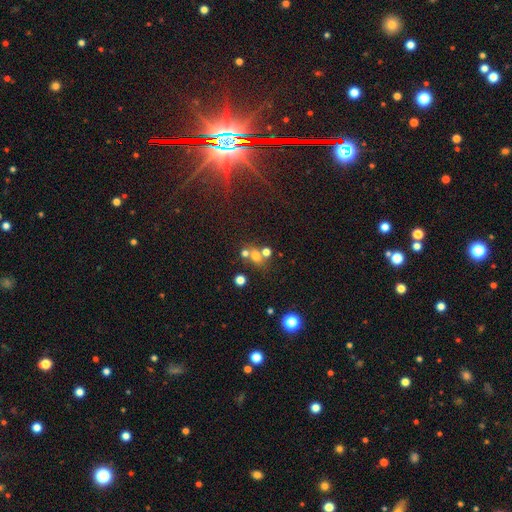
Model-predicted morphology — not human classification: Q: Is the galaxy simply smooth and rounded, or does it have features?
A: smooth — 62%.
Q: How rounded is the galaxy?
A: round — 60%.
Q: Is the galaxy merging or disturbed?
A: none — 43%, tied with merger.